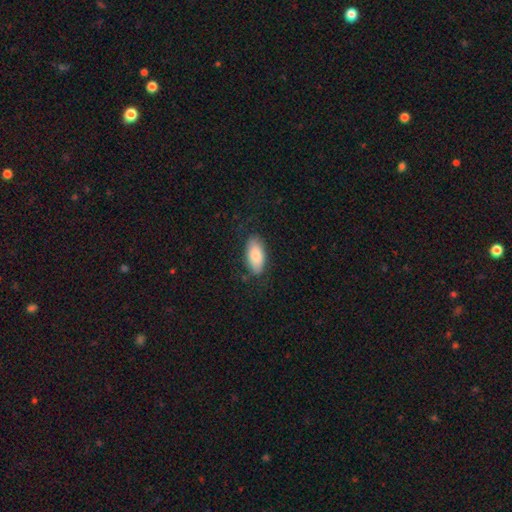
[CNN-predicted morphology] smooth-or-featured: smooth: 83% | featured or disk: 11% | star or artifact: 6%
  how-rounded: in between: 91% | cigar-shaped: 6% | round: 2%
  merging: none: 78% | minor disturbance: 16% | major disturbance: 5% | merger: 1%